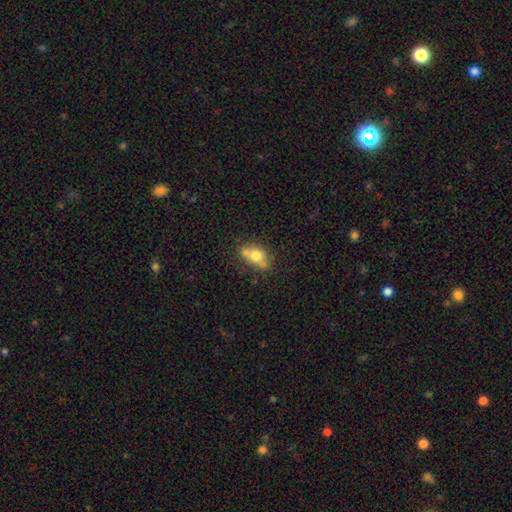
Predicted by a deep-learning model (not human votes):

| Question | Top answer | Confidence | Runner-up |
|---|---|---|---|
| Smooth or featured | smooth | 65% | featured or disk (26%) |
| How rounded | in between | 77% | round (18%) |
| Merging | none | 55% | minor disturbance (22%) |